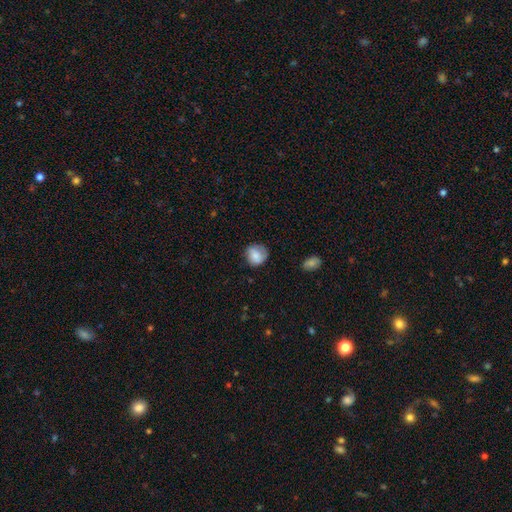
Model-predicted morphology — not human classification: Smooth or featured? smooth (78%)
How rounded? round (80%)
Merging? none (65%)